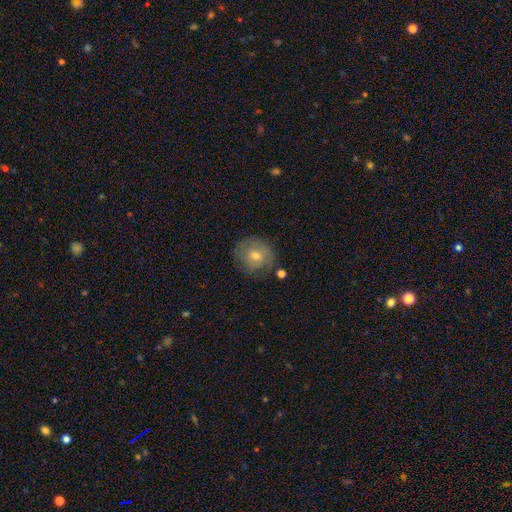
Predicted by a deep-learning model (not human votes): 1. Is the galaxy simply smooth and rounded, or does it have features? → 66% smooth, 25% featured or disk, 9% star or artifact.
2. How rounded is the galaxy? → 86% round, 13% in between, 1% cigar-shaped.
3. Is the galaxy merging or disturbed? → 69% none, 20% minor disturbance, 7% major disturbance, 4% merger.